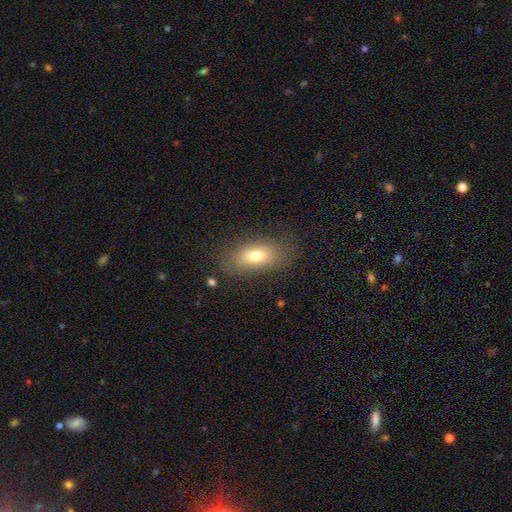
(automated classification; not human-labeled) A smooth galaxy with no disk features (69%) that is in between round and cigar-shaped (81%).

Vote fractions:
- Smooth or featured? smooth: 69% / featured or disk: 19% / star or artifact: 12%
- How rounded? in between: 81% / round: 12% / cigar-shaped: 7%
- Merging? none: 78% / minor disturbance: 14% / major disturbance: 7% / merger: 1%